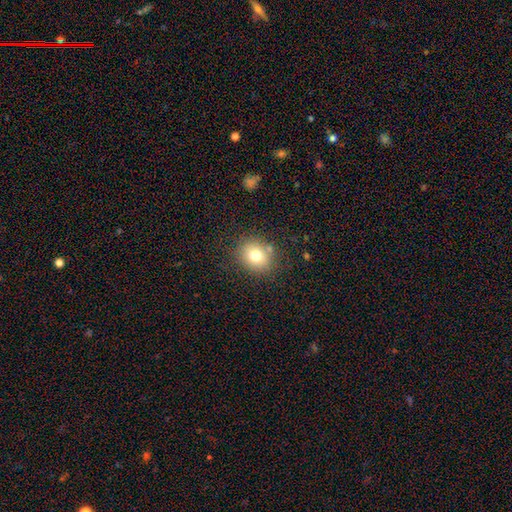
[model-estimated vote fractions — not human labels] Smooth or featured?
  - smooth: 75% *
  - star or artifact: 13%
  - featured or disk: 12%
How rounded?
  - round: 72% *
  - in between: 28%
  - cigar-shaped: 1%
Merging?
  - none: 81% *
  - minor disturbance: 11%
  - merger: 4%
  - major disturbance: 4%